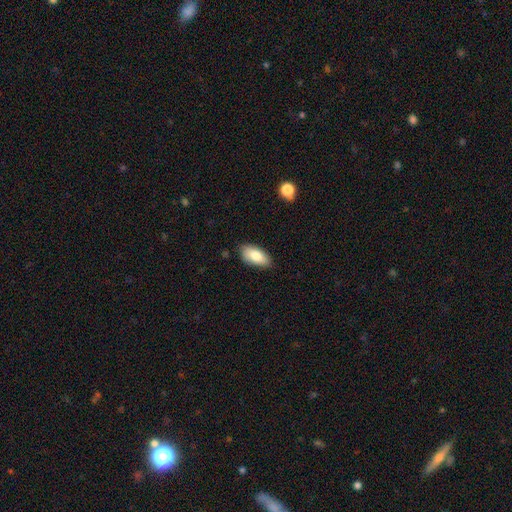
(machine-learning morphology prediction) Smooth or featured? Predicted: smooth (p=0.81). How rounded? Predicted: in between (p=0.91). Merging? Predicted: none (p=0.85).